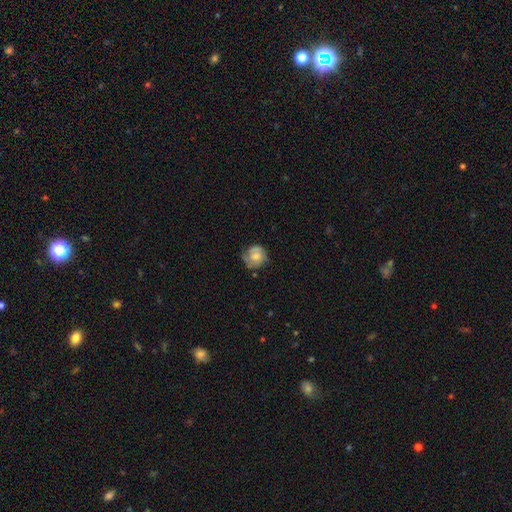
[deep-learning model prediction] A smooth galaxy with no disk features (48%). Merging: none (61%).